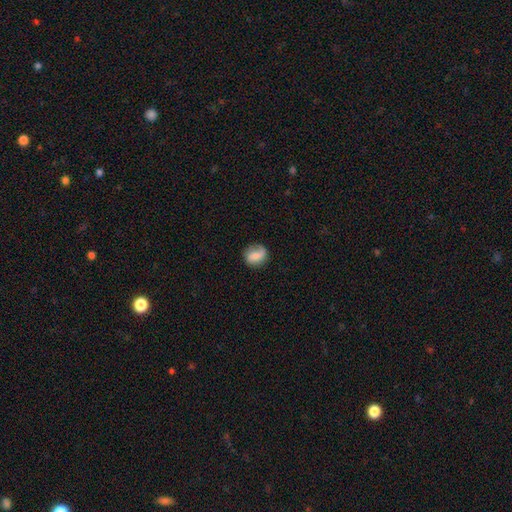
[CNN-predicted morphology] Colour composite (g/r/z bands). It shows a smooth galaxy with no disk features (63%) that is round (68%). Merging: none (71%).